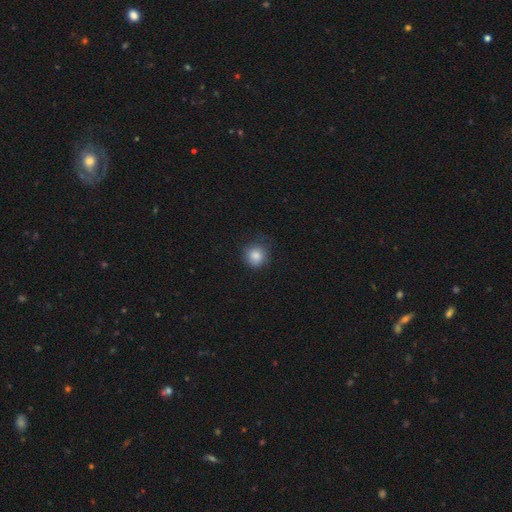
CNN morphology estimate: smooth-or-featured: smooth: 84% | star or artifact: 10% | featured or disk: 7%
  how-rounded: round: 89% | in between: 10% | cigar-shaped: 1%
  merging: none: 73% | minor disturbance: 20% | major disturbance: 6% | merger: 1%